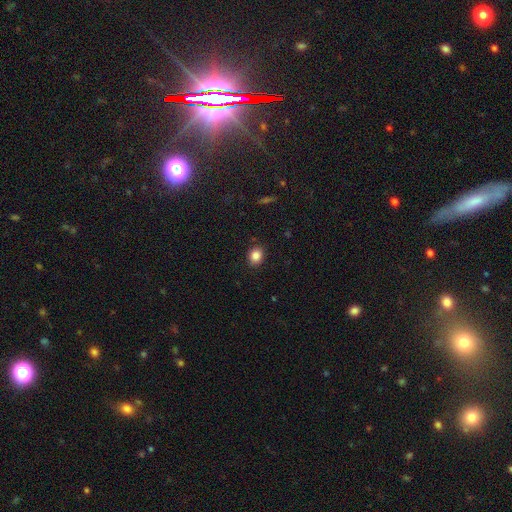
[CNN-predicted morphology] Smooth or featured: smooth — 85% (star or artifact — 10%)
How rounded: round — 56% (in between — 43%)
Merging: none — 89% (minor disturbance — 8%)